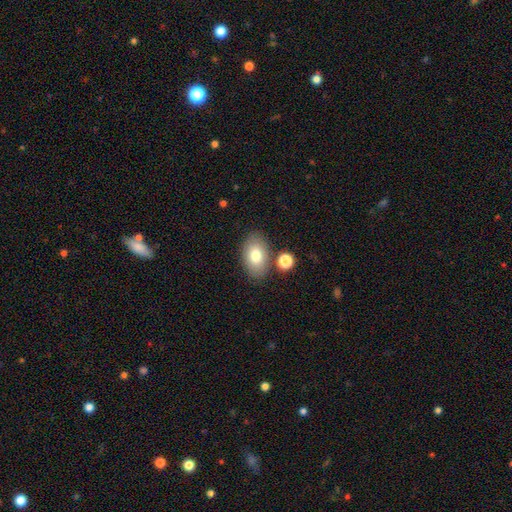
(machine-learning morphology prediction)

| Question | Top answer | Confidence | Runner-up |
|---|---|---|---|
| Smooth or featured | smooth | 79% | featured or disk (13%) |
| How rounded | in between | 90% | round (8%) |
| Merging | none | 80% | minor disturbance (11%) |